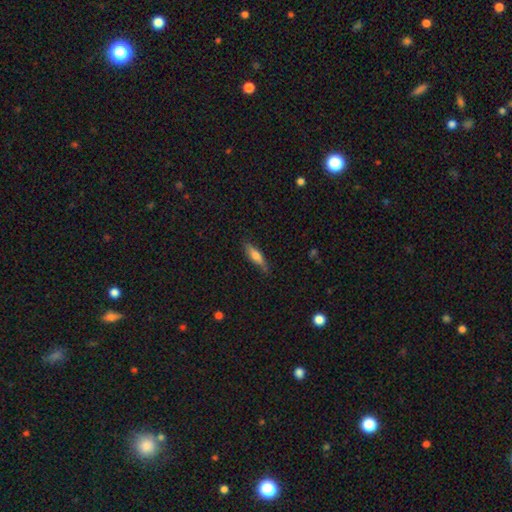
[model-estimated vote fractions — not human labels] Overall: smooth (66%; featured or disk 28%). How rounded: cigar-shaped (62%; in between 36%). Merging: none (76%).